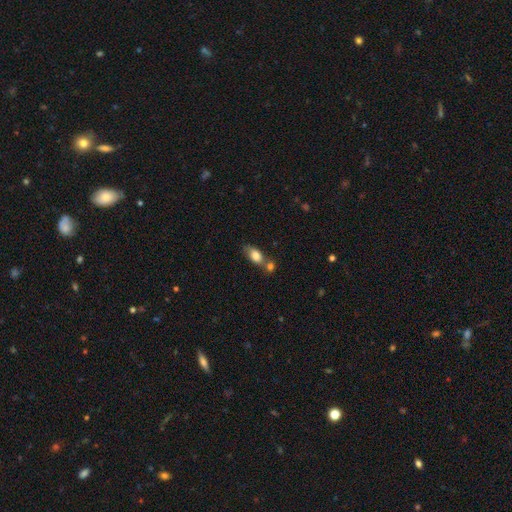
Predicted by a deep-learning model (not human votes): Q: Smooth or featured?
A: smooth (81%); runner-up: featured or disk (11%)
Q: How rounded?
A: in between (84%); runner-up: round (10%)
Q: Merging?
A: none (41%); runner-up: merger (39%)